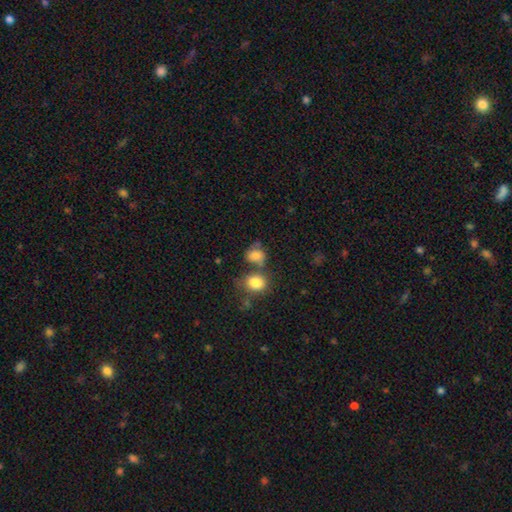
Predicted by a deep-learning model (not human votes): smooth 77%, featured or disk 13%, star or artifact 10%. Down the decision tree: how rounded — round (57%); merging — none (40%).